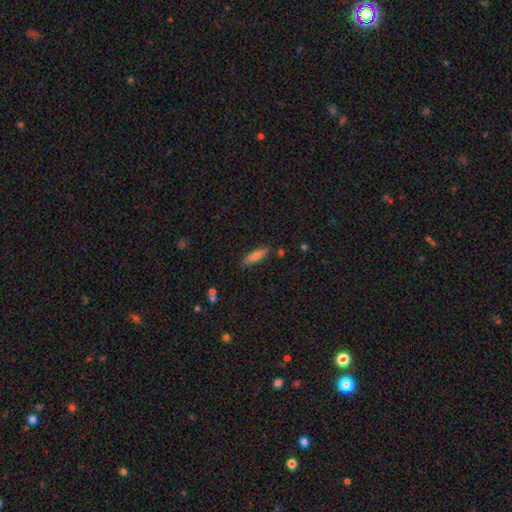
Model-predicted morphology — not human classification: Q: Smooth or featured?
A: smooth (71%); runner-up: featured or disk (22%)
Q: How rounded?
A: cigar-shaped (78%); runner-up: in between (21%)
Q: Merging?
A: none (85%); runner-up: minor disturbance (10%)